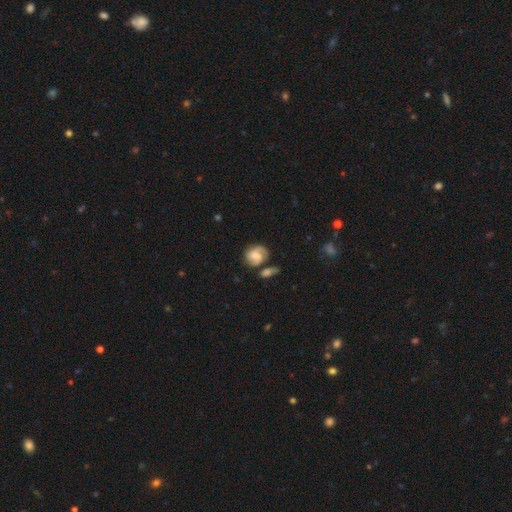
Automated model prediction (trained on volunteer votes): Q: Smooth or featured?
A: featured or disk (60%); runner-up: smooth (32%)
Q: Edge-on disk?
A: no (97%); runner-up: yes (3%)
Q: Bar?
A: no (49%); runner-up: weak (40%)
Q: Spiral arms?
A: yes (89%); runner-up: no (11%)
Q: Spiral winding?
A: medium (44%); runner-up: tight (36%)
Q: Spiral arm count?
A: 2 (69%); runner-up: 1 (13%)
Q: Bulge size?
A: none (34%); runner-up: small (26%)
Q: Merging?
A: none (46%); runner-up: merger (21%)